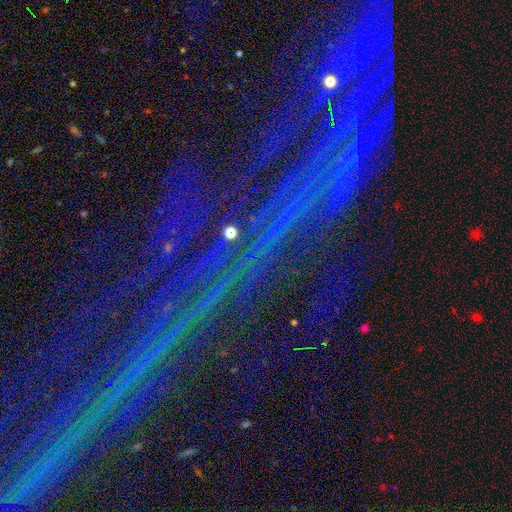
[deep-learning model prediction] Morphology: type=star or artifact (84%).